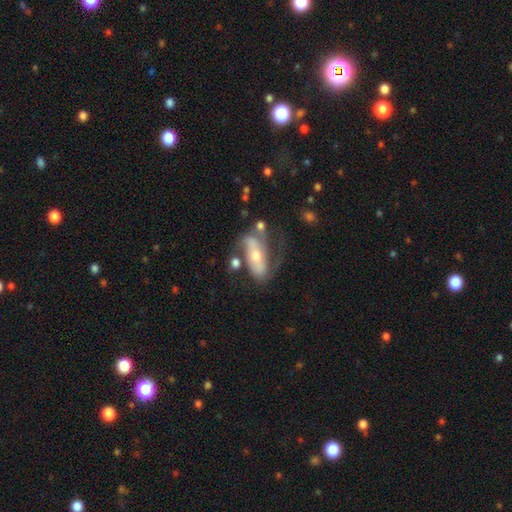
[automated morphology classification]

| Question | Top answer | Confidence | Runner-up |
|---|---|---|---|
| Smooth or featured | featured or disk | 65% | smooth (29%) |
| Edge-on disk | no | 86% | yes (14%) |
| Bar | no | 45% | strong (30%) |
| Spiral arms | yes | 73% | no (27%) |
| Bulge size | moderate | 58% | small (35%) |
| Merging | none | 41% | major disturbance (24%) |